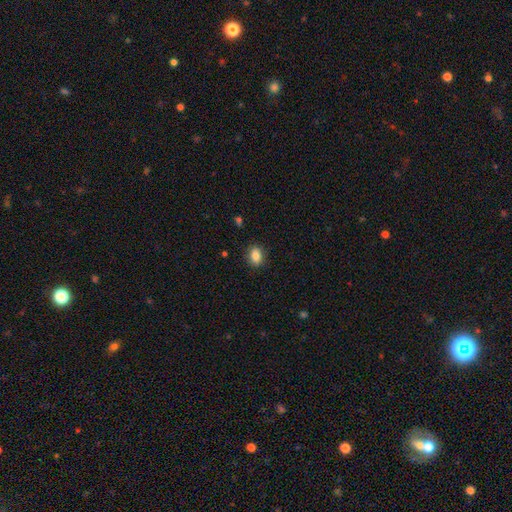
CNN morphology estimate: This appears to be a smooth galaxy with no disk features (87%) that is in between round and cigar-shaped (71%). Merging: none (88%).